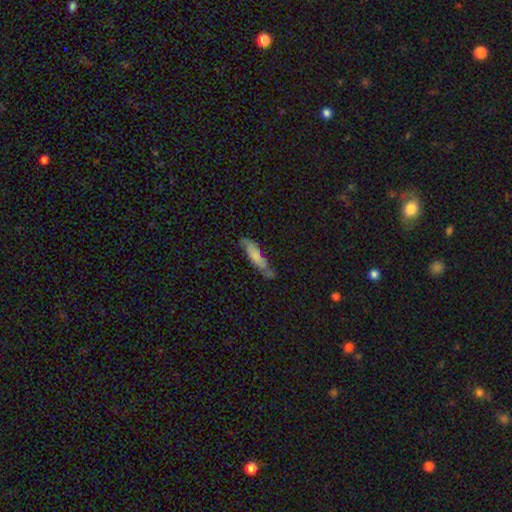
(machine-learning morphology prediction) Smooth or featured? smooth (65%)
How rounded? cigar-shaped (70%)
Merging? none (53%)